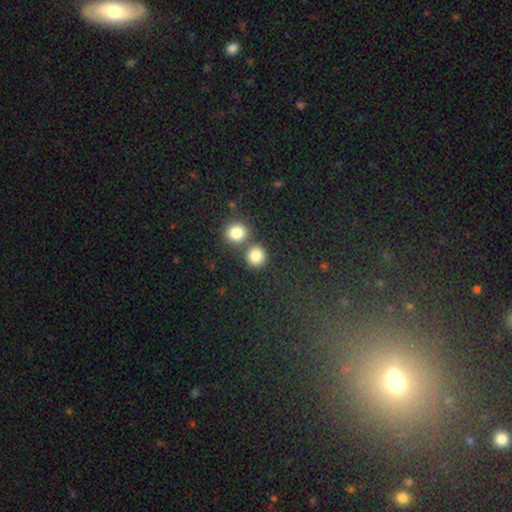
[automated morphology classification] The model was most divided on "merging": none: 63%, merger: 28%, minor disturbance: 7%, major disturbance: 3%. More confident: how rounded — round (88%); smooth or featured — smooth (83%).